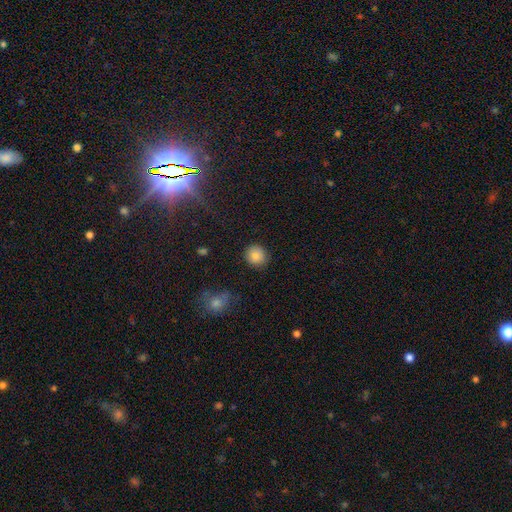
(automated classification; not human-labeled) smooth 85%, star or artifact 10%, featured or disk 6%. Down the decision tree: how rounded — round (86%); merging — none (87%).